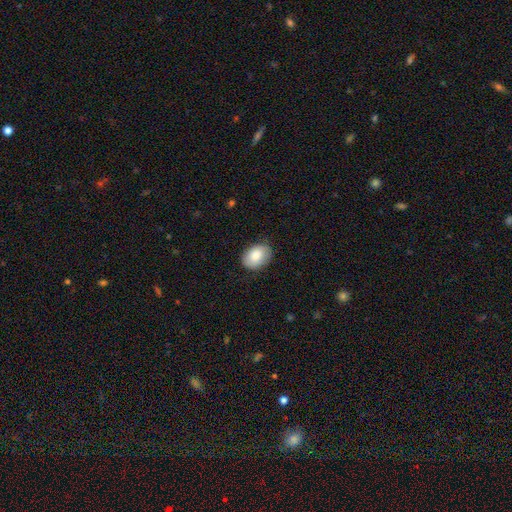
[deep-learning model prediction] This appears to be a smooth galaxy with no disk features (84%) that is in between round and cigar-shaped (81%). Merging: none (83%).